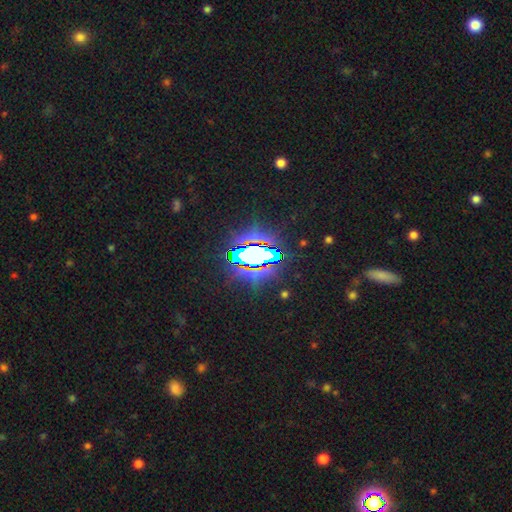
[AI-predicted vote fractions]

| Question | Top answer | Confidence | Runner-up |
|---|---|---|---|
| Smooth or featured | star or artifact | 77% | smooth (12%) |